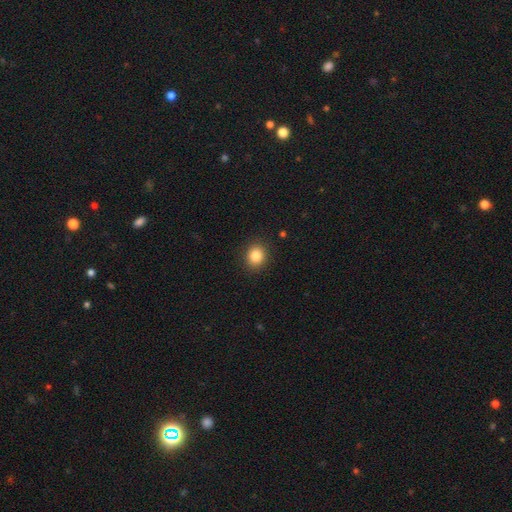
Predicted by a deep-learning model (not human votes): Morphology: type=smooth (85%); roundness=round (75%); merging=none (90%).